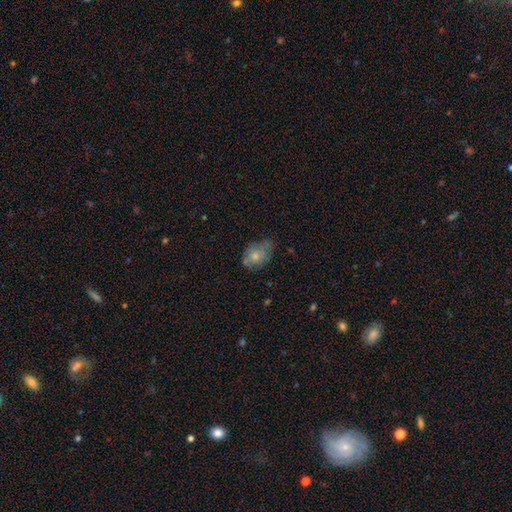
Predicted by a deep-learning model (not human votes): smooth-or-featured: smooth: 68% | featured or disk: 24% | star or artifact: 9%
  how-rounded: in between: 78% | round: 21% | cigar-shaped: 1%
  merging: none: 51% | minor disturbance: 34% | major disturbance: 12% | merger: 3%